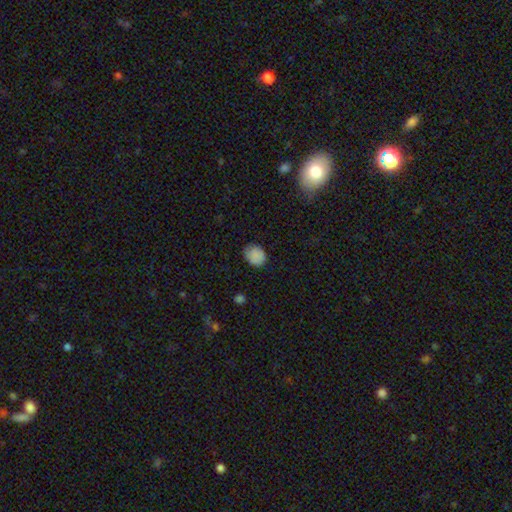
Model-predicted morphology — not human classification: A smooth galaxy with no disk features (86%) that is round (54%).

Vote fractions:
- Smooth or featured? smooth: 86% / star or artifact: 9% / featured or disk: 5%
- How rounded? round: 54% / in between: 45% / cigar-shaped: 1%
- Merging? none: 78% / minor disturbance: 18% / major disturbance: 3% / merger: 1%